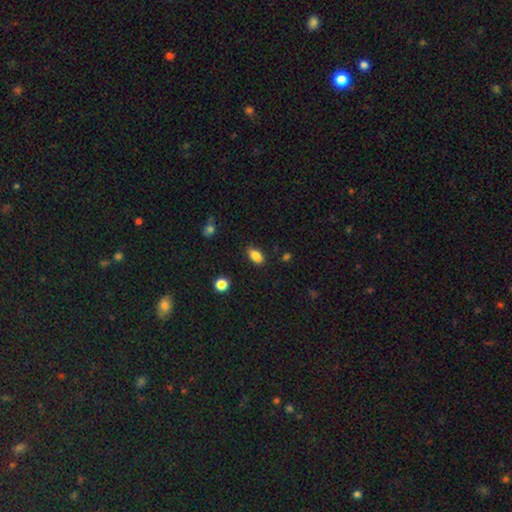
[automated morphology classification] smooth 84%, star or artifact 9%, featured or disk 6%. Down the decision tree: how rounded — in between (89%); merging — none (82%).